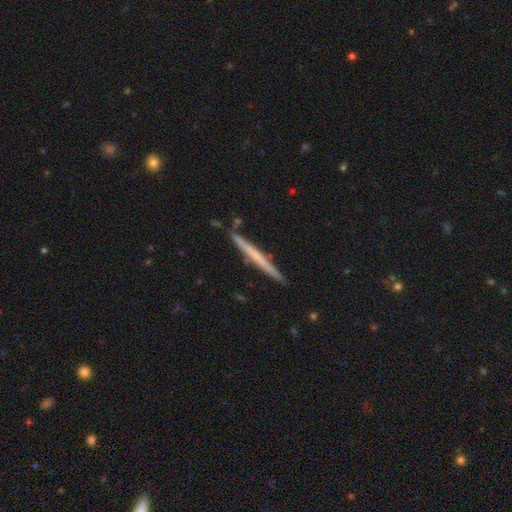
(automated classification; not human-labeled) Smooth or featured: featured or disk — 52% (smooth — 43%)
Edge-on disk: yes — 97% (no — 3%)
Edge-on bulge: none — 85% (rounded — 11%)
Merging: none — 87% (minor disturbance — 9%)